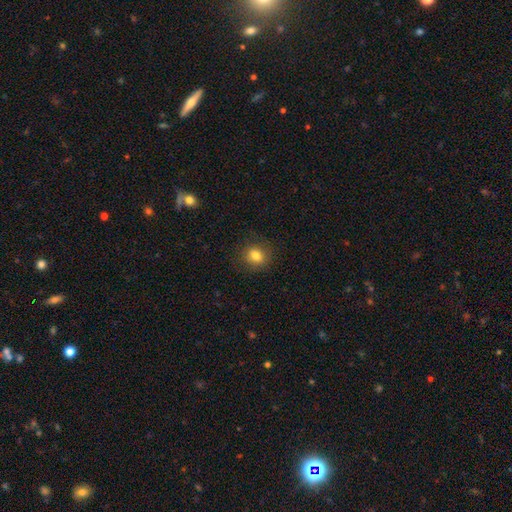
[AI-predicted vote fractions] smooth_or_featured: smooth (p=0.82) [alt: star or artifact p=0.11]
how_rounded: round (p=0.71) [alt: in between p=0.28]
merging: none (p=0.86) [alt: minor disturbance p=0.09]